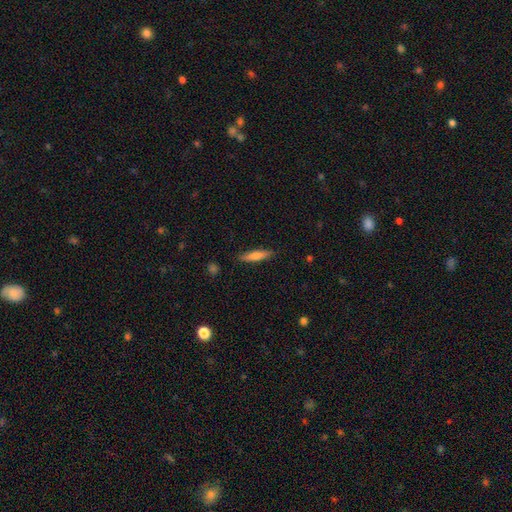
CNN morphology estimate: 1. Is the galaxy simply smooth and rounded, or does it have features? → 67% smooth, 26% featured or disk, 6% star or artifact.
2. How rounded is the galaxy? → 82% cigar-shaped, 17% in between, 2% round.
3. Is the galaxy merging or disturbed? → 88% none, 9% minor disturbance, 2% major disturbance, 1% merger.